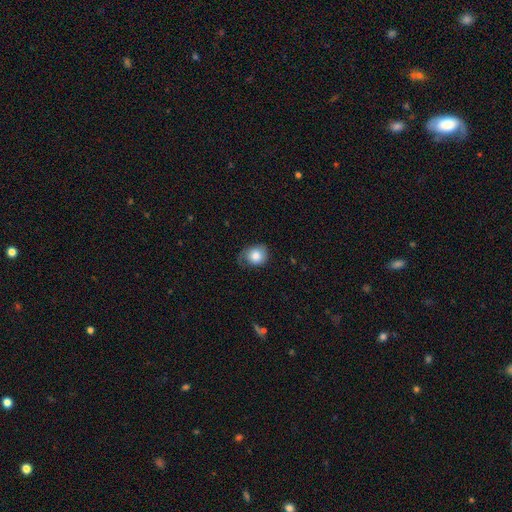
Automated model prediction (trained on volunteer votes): Q: Smooth or featured?
A: smooth (80%); runner-up: featured or disk (12%)
Q: How rounded?
A: round (66%); runner-up: in between (33%)
Q: Merging?
A: none (47%); runner-up: minor disturbance (35%)